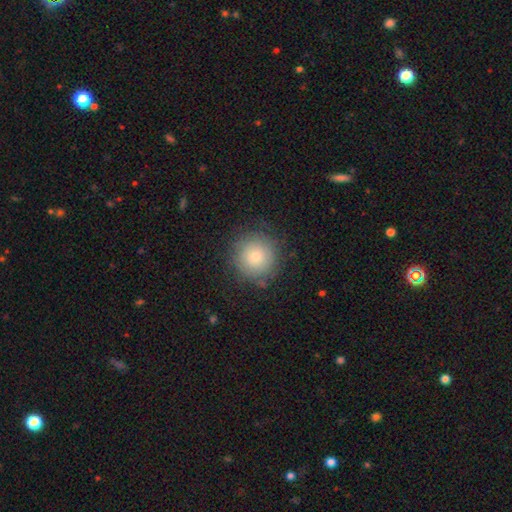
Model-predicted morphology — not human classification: Overall: smooth (76%). How rounded: round (95%). Merging: none (84%).